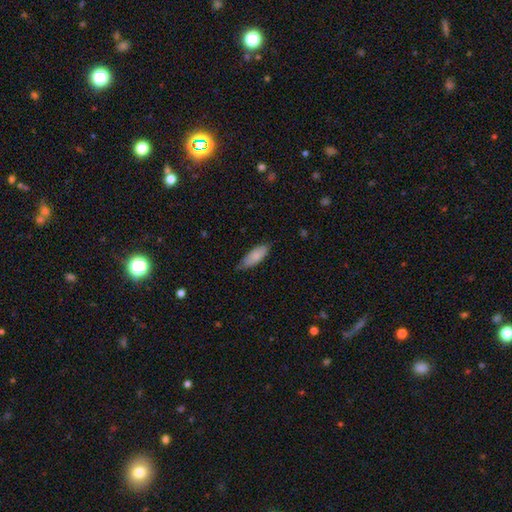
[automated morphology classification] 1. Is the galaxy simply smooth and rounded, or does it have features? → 83% smooth, 11% featured or disk, 6% star or artifact.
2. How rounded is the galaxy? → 75% in between, 24% cigar-shaped, 2% round.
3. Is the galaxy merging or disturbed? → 71% none, 24% minor disturbance, 3% major disturbance, 1% merger.